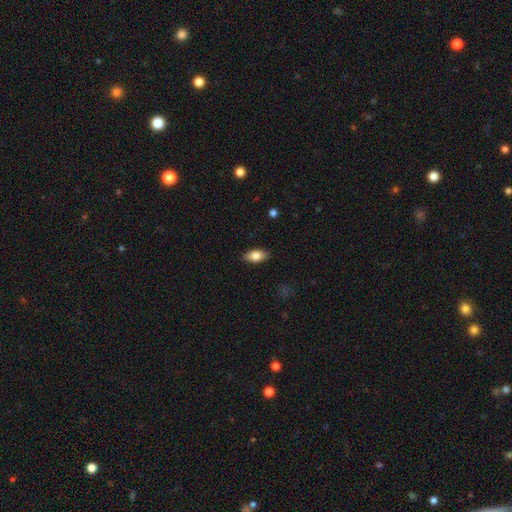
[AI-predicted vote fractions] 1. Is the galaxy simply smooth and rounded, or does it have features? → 77% smooth, 16% featured or disk, 7% star or artifact.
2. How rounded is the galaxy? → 88% in between, 8% cigar-shaped, 4% round.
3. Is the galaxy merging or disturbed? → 86% none, 11% minor disturbance, 2% major disturbance, 1% merger.